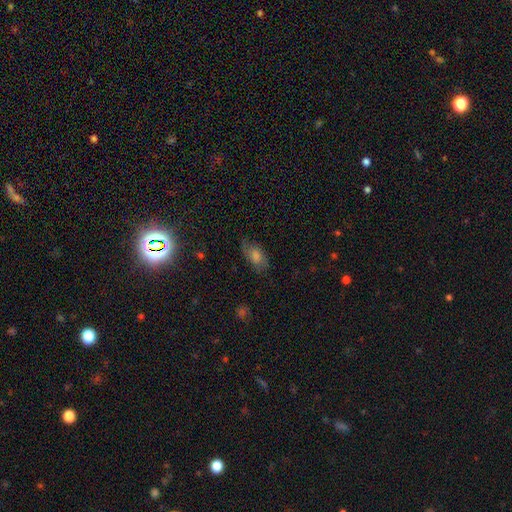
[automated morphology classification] smooth 50%, featured or disk 28%, star or artifact 22%. Down the decision tree: how rounded — in between (84%); merging — none (71%).